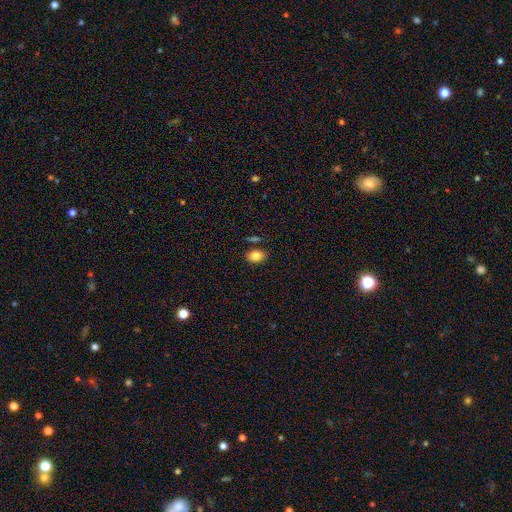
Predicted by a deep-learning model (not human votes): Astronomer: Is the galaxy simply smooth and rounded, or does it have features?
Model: smooth — 82%.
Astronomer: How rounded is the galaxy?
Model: in between — 74%.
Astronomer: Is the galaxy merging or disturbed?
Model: none — 80%.